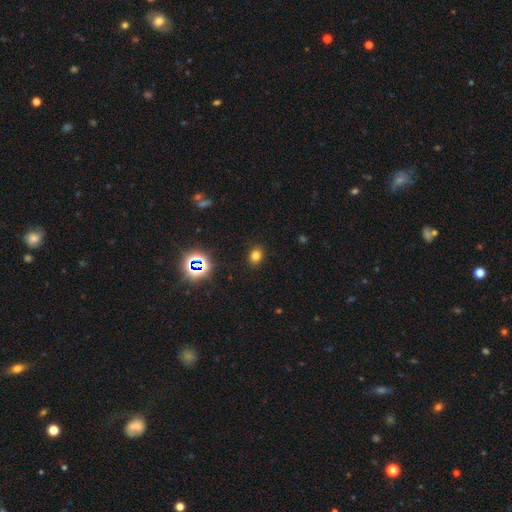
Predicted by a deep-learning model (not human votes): A smooth galaxy with no disk features (74%) that is round (50%).

Vote fractions:
- Smooth or featured? smooth: 74% / star or artifact: 20% / featured or disk: 6%
- How rounded? round: 50% / in between: 49% / cigar-shaped: 1%
- Merging? none: 88% / minor disturbance: 8% / major disturbance: 3% / merger: 1%